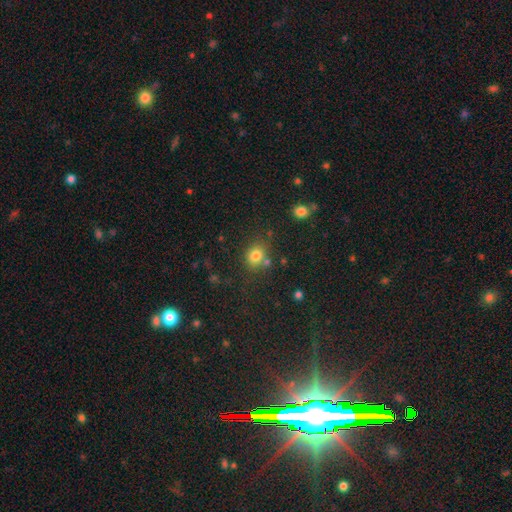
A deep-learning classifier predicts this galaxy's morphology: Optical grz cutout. It shows a smooth galaxy with no disk features (79%) that is round (65%). Merging: none (69%).